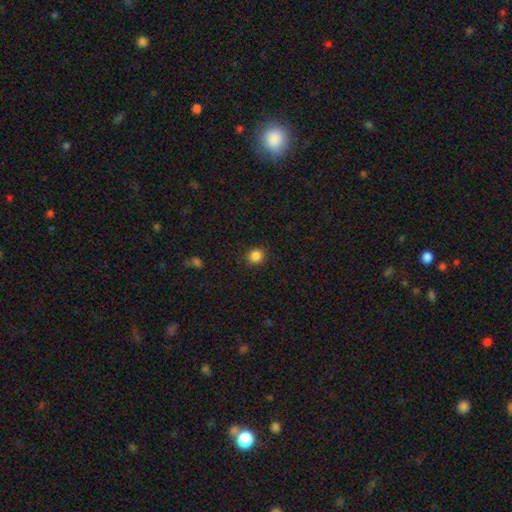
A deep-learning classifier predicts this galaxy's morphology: Smooth or featured? Predicted: smooth (p=0.85). How rounded? Predicted: round (p=0.86). Merging? Predicted: none (p=0.90).